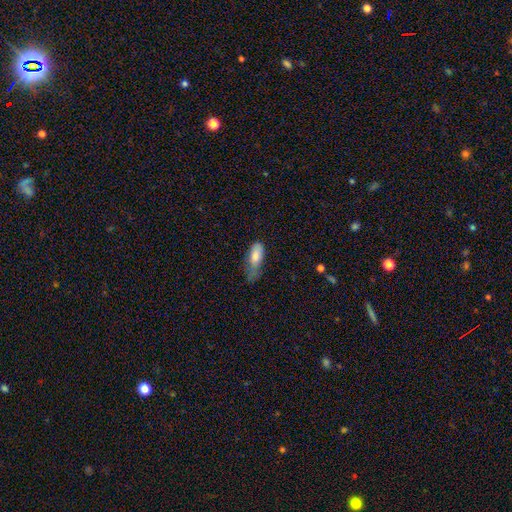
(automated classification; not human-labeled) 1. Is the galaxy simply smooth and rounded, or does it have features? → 79% smooth, 15% featured or disk, 7% star or artifact.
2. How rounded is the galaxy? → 79% in between, 19% cigar-shaped, 3% round.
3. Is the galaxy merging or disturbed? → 41% minor disturbance, 35% major disturbance, 21% none, 3% merger.